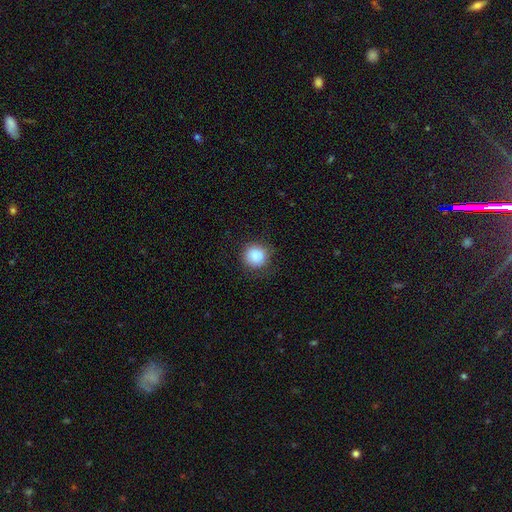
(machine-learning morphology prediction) Overall: smooth (87%). How rounded: round (92%). Merging: none (83%).